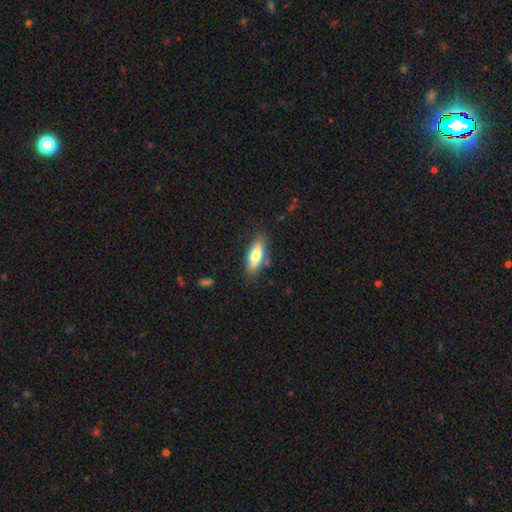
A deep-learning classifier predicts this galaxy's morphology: smooth-or-featured: smooth: 68% | featured or disk: 25% | star or artifact: 7%
  how-rounded: in between: 58% | cigar-shaped: 39% | round: 2%
  merging: none: 79% | minor disturbance: 14% | merger: 3% | major disturbance: 3%